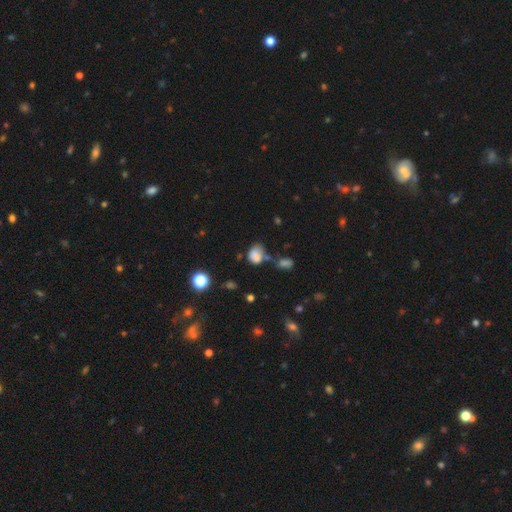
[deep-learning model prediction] Smooth or featured? Predicted: smooth (p=0.79). How rounded? Predicted: in between (p=0.59). Merging? Predicted: none (p=0.40).